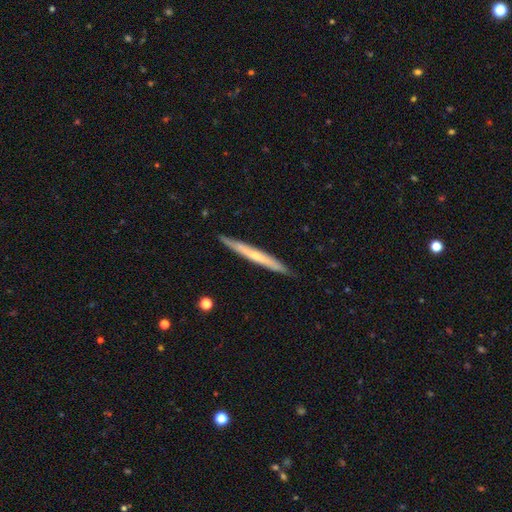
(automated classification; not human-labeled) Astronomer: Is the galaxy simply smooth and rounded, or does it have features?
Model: featured or disk — 52% (runner-up: smooth, 43%).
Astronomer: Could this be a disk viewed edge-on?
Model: yes — 95%.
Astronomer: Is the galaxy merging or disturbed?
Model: none — 90%.